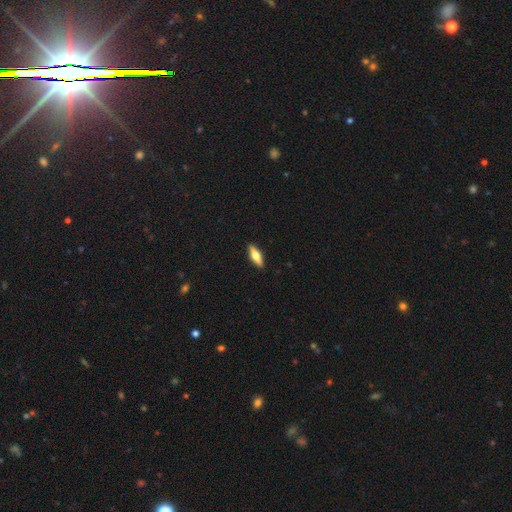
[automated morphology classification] Smooth or featured? Predicted: smooth (p=0.55). How rounded? Predicted: in between (p=0.51). Merging? Predicted: none (p=0.91).